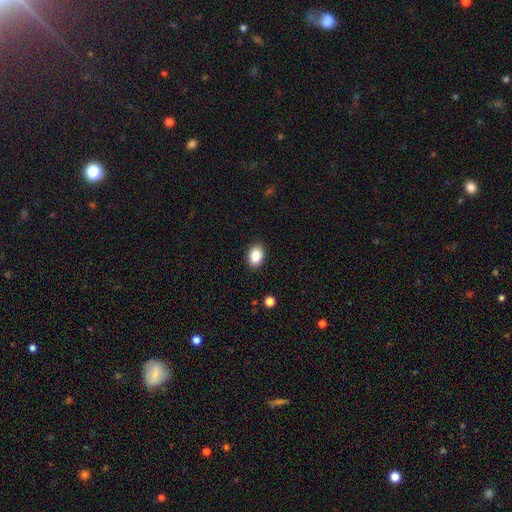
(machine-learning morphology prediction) This is clearly a smooth galaxy (88%). How rounded: likely in between (79%). Merging: clearly none (89%).